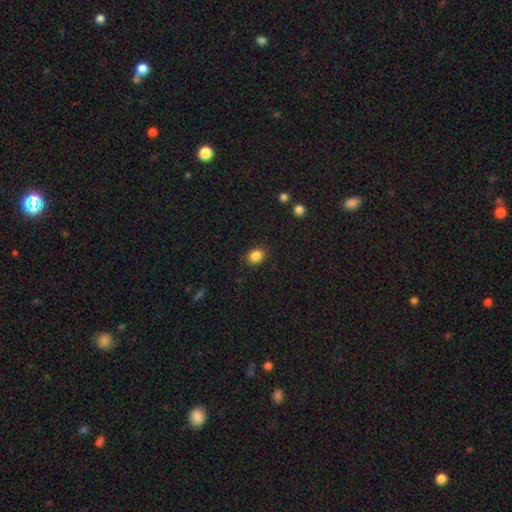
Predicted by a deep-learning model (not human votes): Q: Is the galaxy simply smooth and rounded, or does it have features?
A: smooth — 86%.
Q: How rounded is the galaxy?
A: round — 55%.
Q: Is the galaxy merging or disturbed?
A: none — 88%.